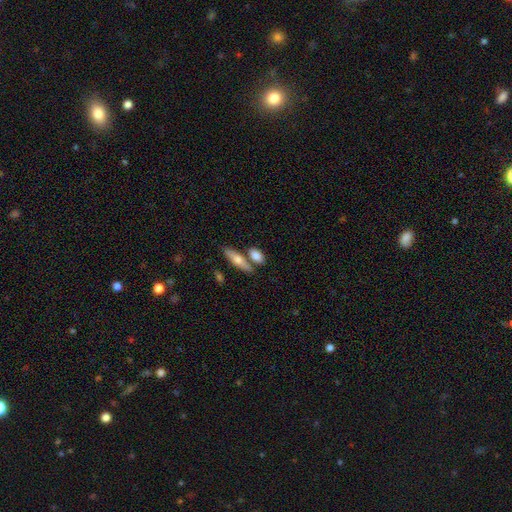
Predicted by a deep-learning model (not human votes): Smooth or featured?
  - smooth: 76% *
  - featured or disk: 17%
  - star or artifact: 6%
How rounded?
  - in between: 73% *
  - cigar-shaped: 19%
  - round: 8%
Merging?
  - none: 59% *
  - merger: 26%
  - minor disturbance: 11%
  - major disturbance: 4%